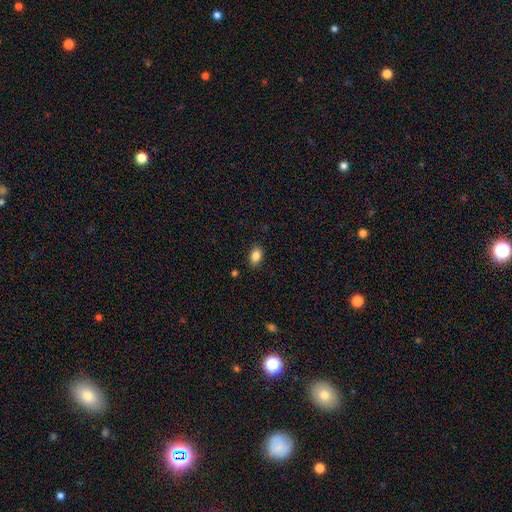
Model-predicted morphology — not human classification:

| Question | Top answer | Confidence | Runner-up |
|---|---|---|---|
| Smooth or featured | smooth | 86% | star or artifact (9%) |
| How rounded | in between | 83% | round (16%) |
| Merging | none | 87% | minor disturbance (10%) |